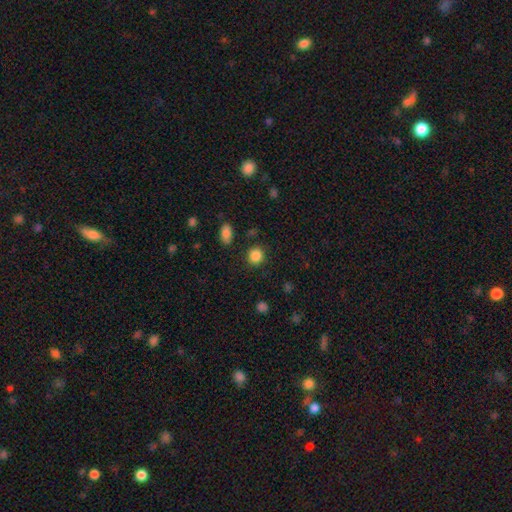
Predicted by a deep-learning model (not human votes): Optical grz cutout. It shows a smooth galaxy with no disk features (86%) that is round (85%). Merging: none (87%).